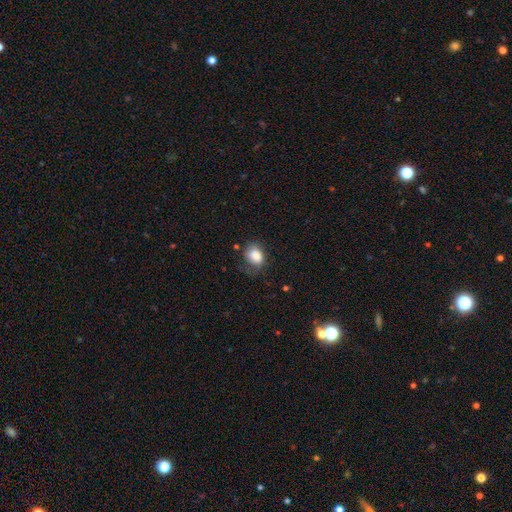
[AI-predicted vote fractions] smooth-or-featured: smooth: 85% | star or artifact: 8% | featured or disk: 7%
  how-rounded: in between: 52% | round: 47% | cigar-shaped: 1%
  merging: none: 58% | minor disturbance: 29% | major disturbance: 11% | merger: 2%